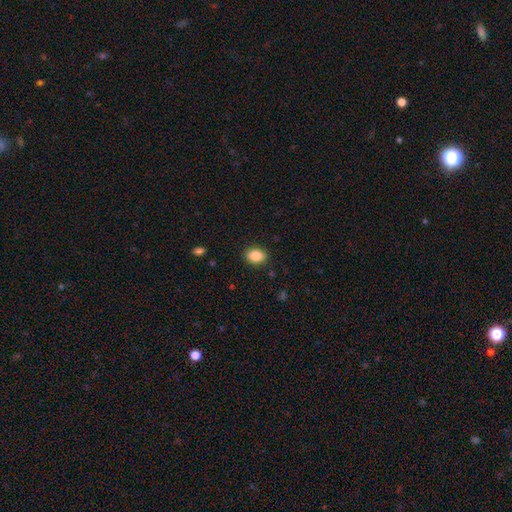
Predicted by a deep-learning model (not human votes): Q: Smooth or featured?
A: smooth (88%); runner-up: star or artifact (8%)
Q: How rounded?
A: in between (71%); runner-up: round (27%)
Q: Merging?
A: none (89%); runner-up: minor disturbance (8%)